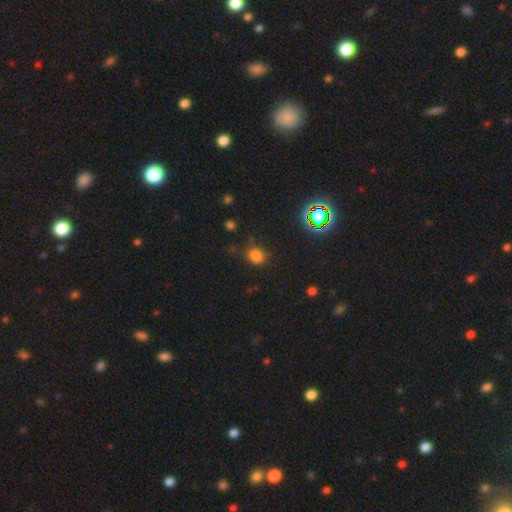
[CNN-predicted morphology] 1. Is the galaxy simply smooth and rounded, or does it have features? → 71% smooth, 22% star or artifact, 7% featured or disk.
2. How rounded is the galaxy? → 57% round, 41% in between, 2% cigar-shaped.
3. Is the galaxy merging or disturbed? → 66% none, 22% minor disturbance, 9% major disturbance, 4% merger.